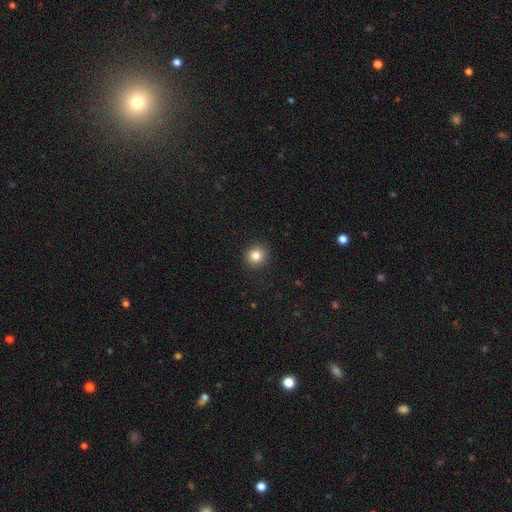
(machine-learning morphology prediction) Overall: smooth (83%). How rounded: round (90%). Merging: none (91%).